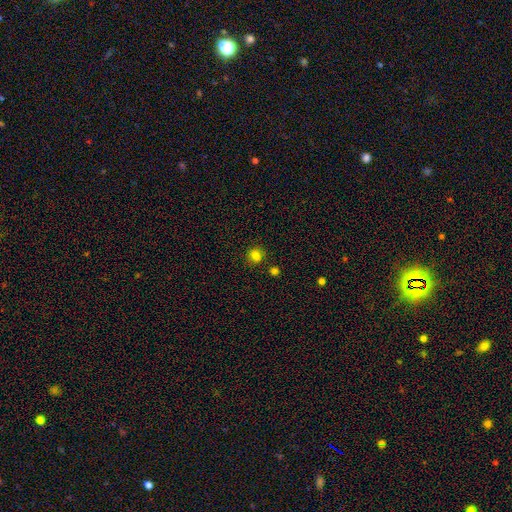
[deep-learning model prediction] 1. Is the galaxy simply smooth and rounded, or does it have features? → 78% smooth, 17% star or artifact, 5% featured or disk.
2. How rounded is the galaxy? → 62% round, 37% in between, 1% cigar-shaped.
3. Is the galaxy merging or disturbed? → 77% none, 12% minor disturbance, 7% merger, 4% major disturbance.